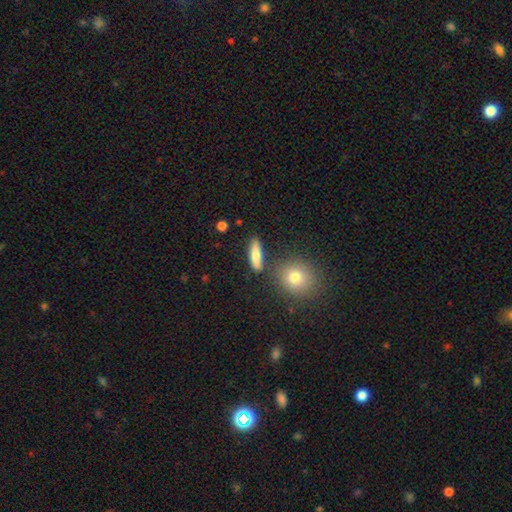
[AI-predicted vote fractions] smooth 77%, featured or disk 14%, star or artifact 9%. Down the decision tree: how rounded — cigar-shaped (53%); merging — none (79%).